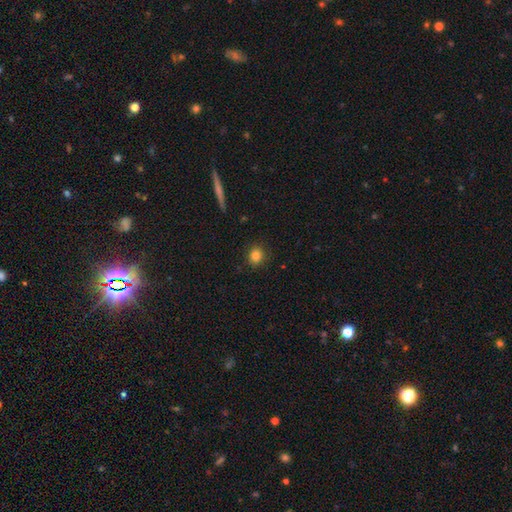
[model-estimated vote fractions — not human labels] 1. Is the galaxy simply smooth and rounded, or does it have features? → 84% smooth, 11% star or artifact, 6% featured or disk.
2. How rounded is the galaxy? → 75% round, 23% in between, 1% cigar-shaped.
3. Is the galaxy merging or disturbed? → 88% none, 9% minor disturbance, 2% major disturbance, 1% merger.